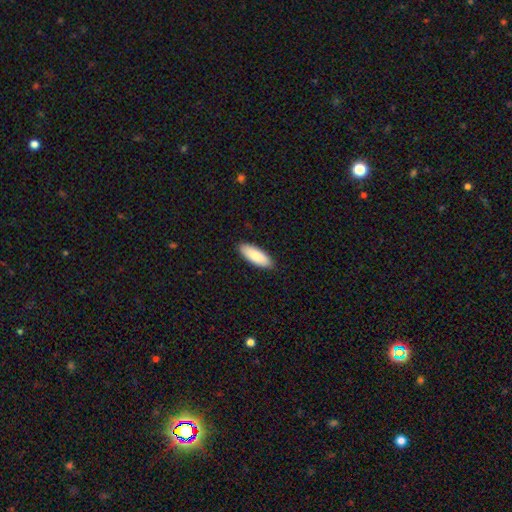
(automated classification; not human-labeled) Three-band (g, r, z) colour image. It shows a smooth galaxy with no disk features (86%) that is in between round and cigar-shaped (73%). Merging: none (89%).